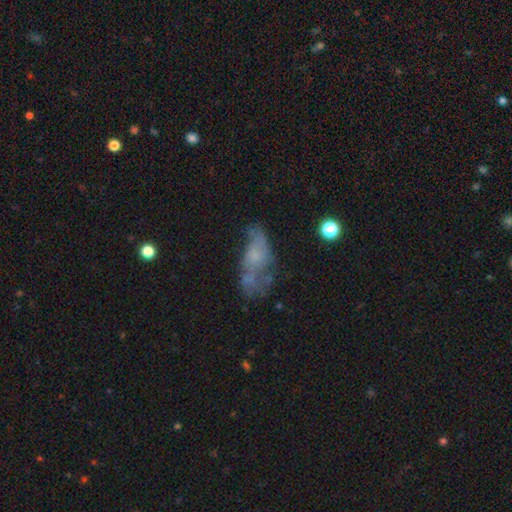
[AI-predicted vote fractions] This is possibly a featured or disk galaxy (51%). It is clearly not viewed edge-on (91%). Merging: marginally none (35%).